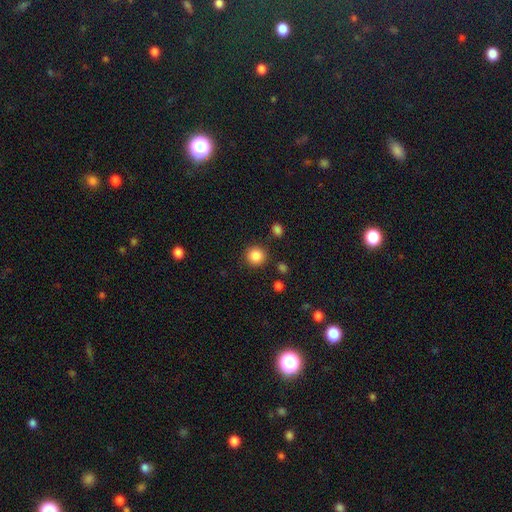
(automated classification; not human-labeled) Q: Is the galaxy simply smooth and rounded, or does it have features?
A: smooth — 86%.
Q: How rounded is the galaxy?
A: round — 93%.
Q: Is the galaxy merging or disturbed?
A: none — 88%.